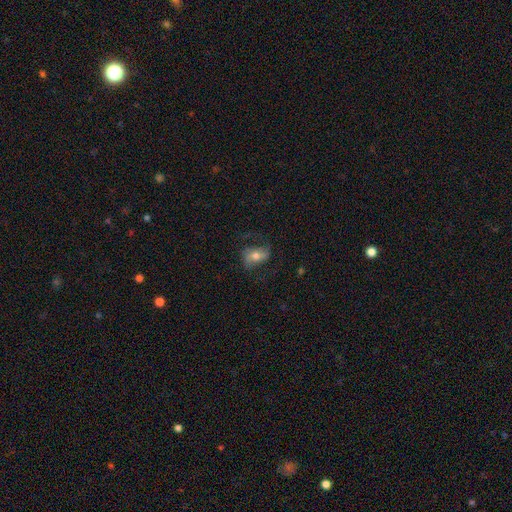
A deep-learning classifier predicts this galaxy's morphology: This is possibly a featured or disk galaxy (48%). Merging: likely none (63%).